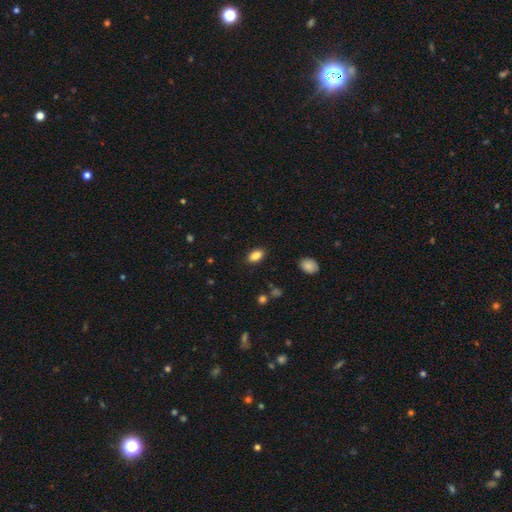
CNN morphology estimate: Smooth or featured: smooth — 86% (star or artifact — 9%)
How rounded: in between — 89% (round — 8%)
Merging: none — 87% (minor disturbance — 9%)